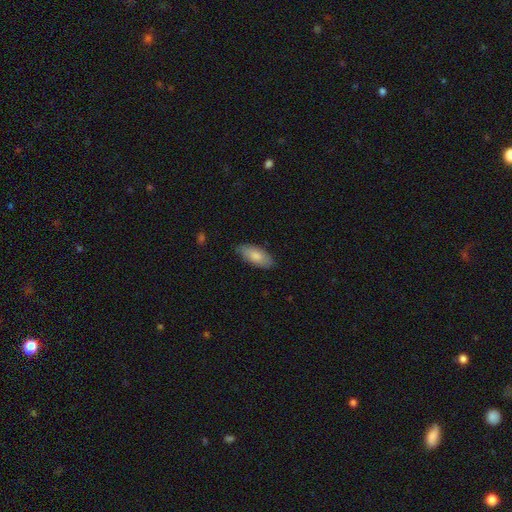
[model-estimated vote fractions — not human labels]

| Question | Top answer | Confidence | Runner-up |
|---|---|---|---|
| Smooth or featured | smooth | 79% | featured or disk (16%) |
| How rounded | in between | 90% | cigar-shaped (8%) |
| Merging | none | 80% | minor disturbance (16%) |